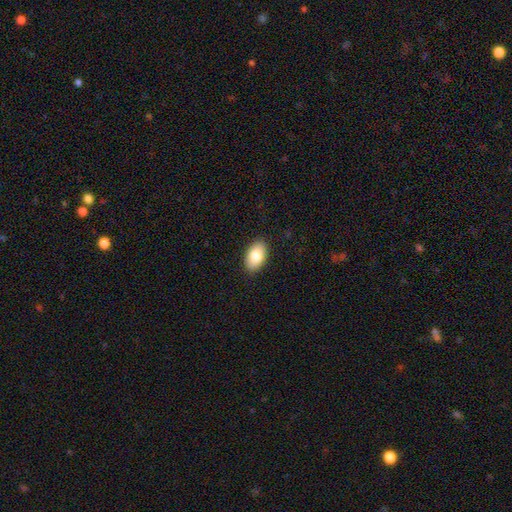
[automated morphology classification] This appears to be a smooth galaxy with no disk features (82%) that is in between round and cigar-shaped (93%). Merging: none (89%).